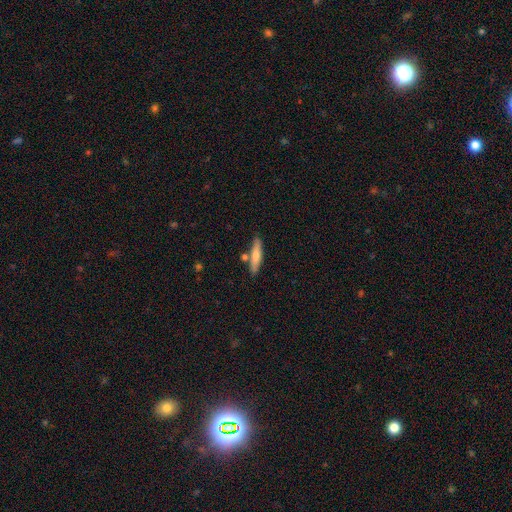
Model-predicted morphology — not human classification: Q: Smooth or featured?
A: smooth (72%); runner-up: featured or disk (23%)
Q: How rounded?
A: cigar-shaped (83%); runner-up: in between (15%)
Q: Merging?
A: none (77%); runner-up: minor disturbance (12%)